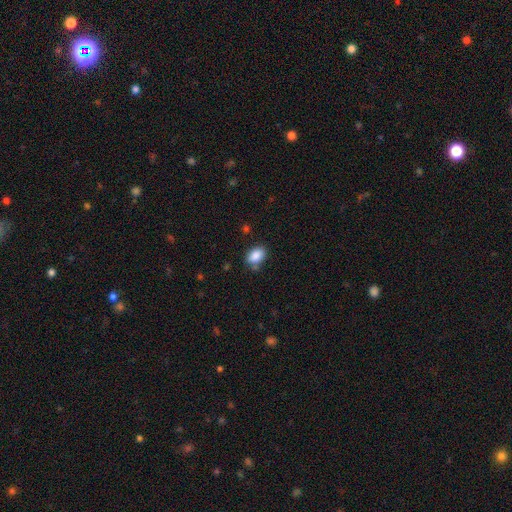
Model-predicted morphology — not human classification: Smooth or featured? Predicted: smooth (p=0.87). How rounded? Predicted: in between (p=0.86). Merging? Predicted: none (p=0.76).